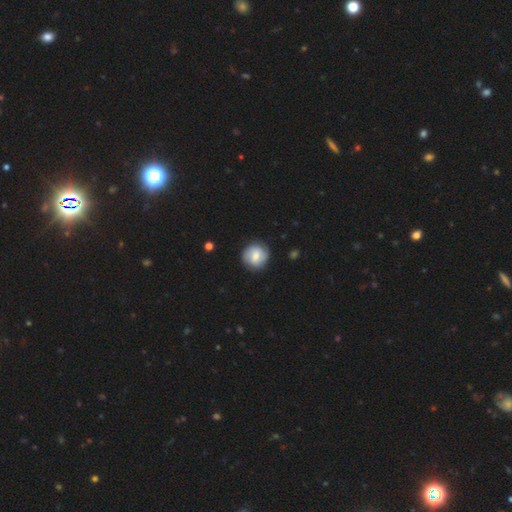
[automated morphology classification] Smooth or featured: smooth — 58% (featured or disk — 35%)
How rounded: round — 90% (in between — 9%)
Merging: none — 85% (minor disturbance — 11%)